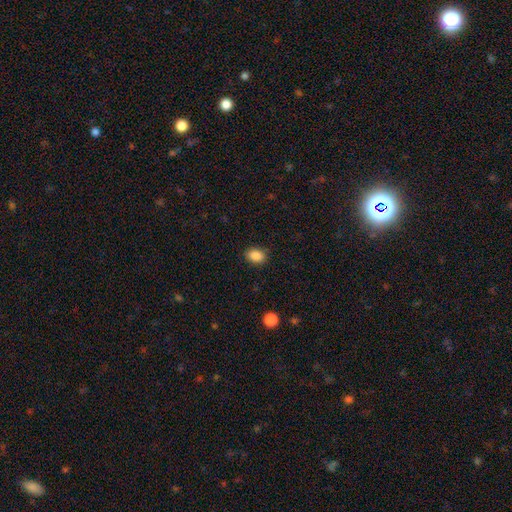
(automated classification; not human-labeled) This is clearly a smooth galaxy (88%). How rounded: likely in between (76%). Merging: clearly none (88%).